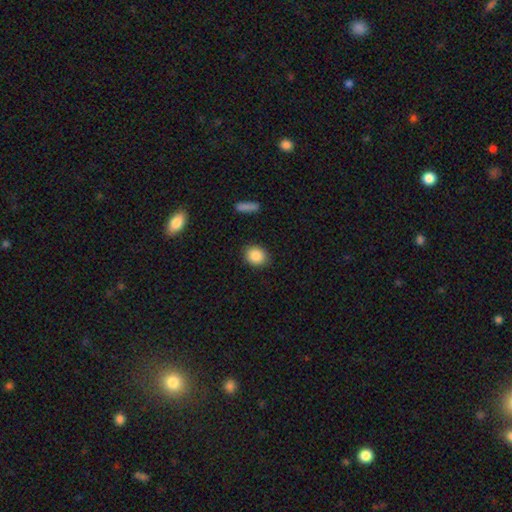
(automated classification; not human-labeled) Morphology: type=smooth (87%); roundness=round (61%); merging=none (88%).